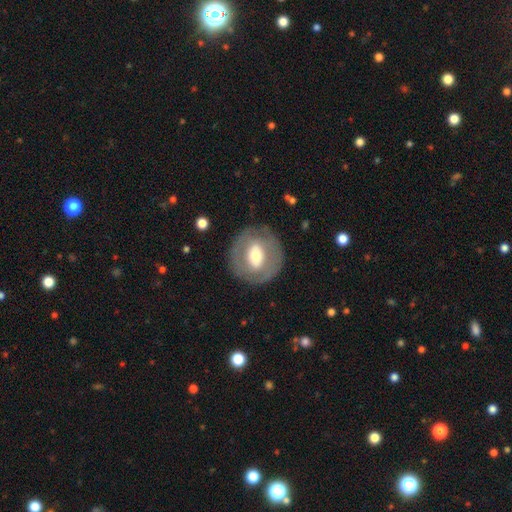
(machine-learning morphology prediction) Smooth or featured: featured or disk — 55% (smooth — 38%)
Edge-on disk: no — 93% (yes — 7%)
Bar: weak — 37% (no — 34%)
Spiral arms: no — 72% (yes — 28%)
Bulge size: moderate — 61% (large — 21%)
Merging: none — 81% (minor disturbance — 12%)